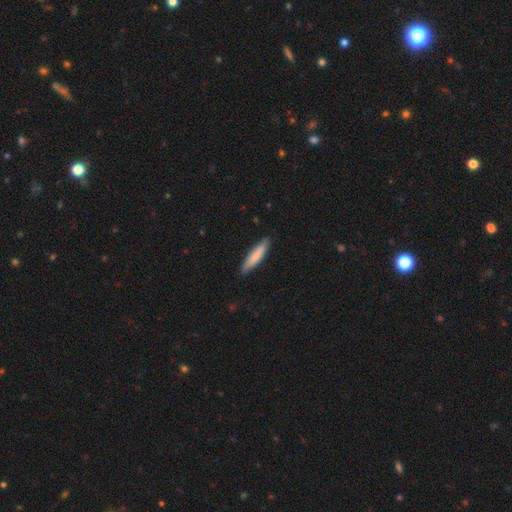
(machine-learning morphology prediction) smooth-or-featured: smooth: 79% | featured or disk: 16% | star or artifact: 5%
  how-rounded: cigar-shaped: 84% | in between: 15% | round: 1%
  merging: none: 87% | minor disturbance: 11% | major disturbance: 2% | merger: 1%